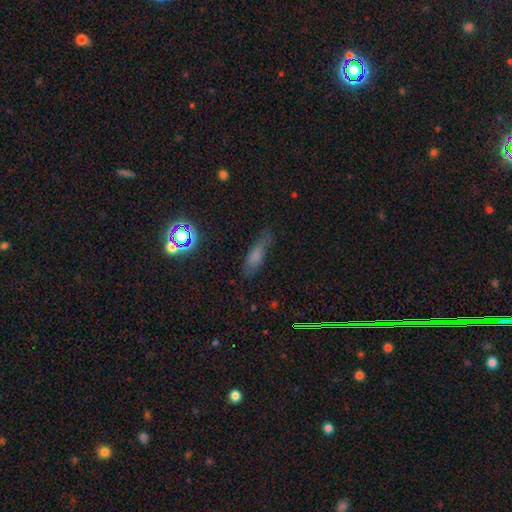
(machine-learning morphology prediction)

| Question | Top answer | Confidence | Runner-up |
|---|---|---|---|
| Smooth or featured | smooth | 62% | featured or disk (21%) |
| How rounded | cigar-shaped | 52% | in between (44%) |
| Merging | none | 68% | minor disturbance (22%) |